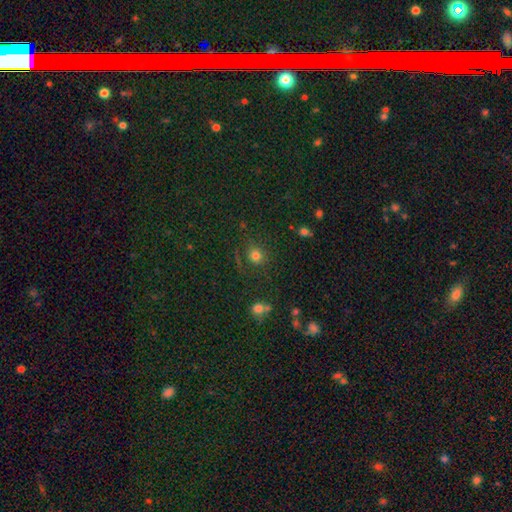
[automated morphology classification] This appears to be a smooth galaxy with no disk features (74%) that is round (85%). Merging: none (80%).